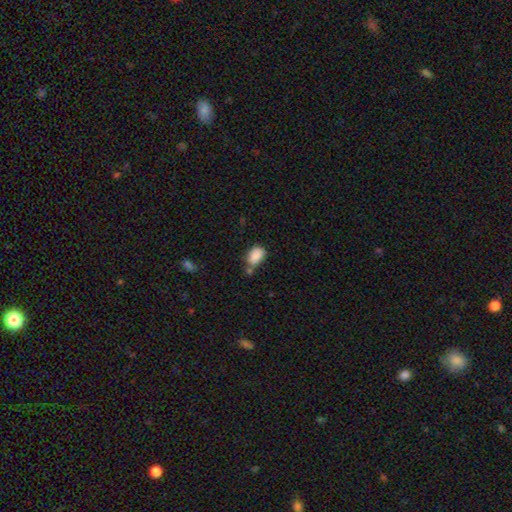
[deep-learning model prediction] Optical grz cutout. It shows a smooth galaxy with no disk features (87%) that is in between round and cigar-shaped (87%). Merging: none (48%).